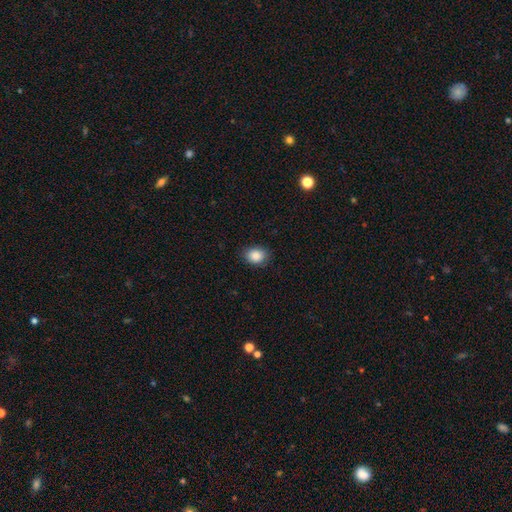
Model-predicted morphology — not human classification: A smooth galaxy with no disk features (87%) that is in between round and cigar-shaped (56%). Merging: none (84%).